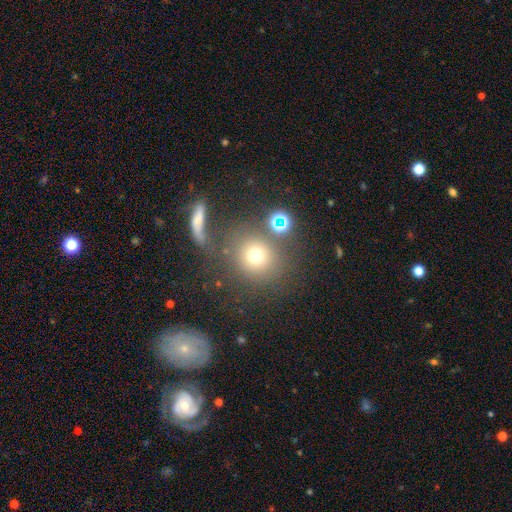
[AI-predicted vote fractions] This appears to be a smooth galaxy with no disk features (69%) that is round (88%). Merging: none (68%).